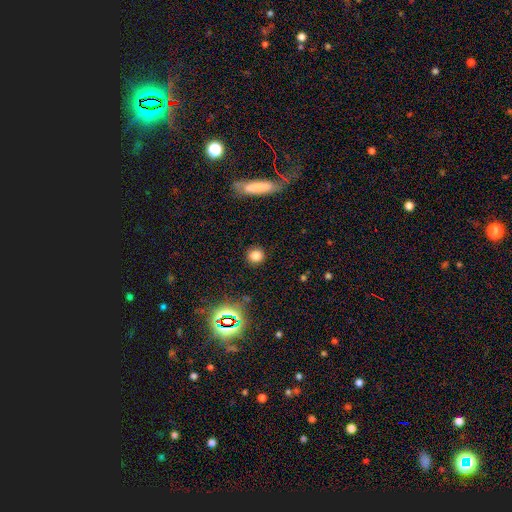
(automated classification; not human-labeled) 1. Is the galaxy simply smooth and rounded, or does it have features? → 80% smooth, 14% star or artifact, 6% featured or disk.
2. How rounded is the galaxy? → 87% round, 11% in between, 2% cigar-shaped.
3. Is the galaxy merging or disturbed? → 88% none, 7% minor disturbance, 3% major disturbance, 2% merger.